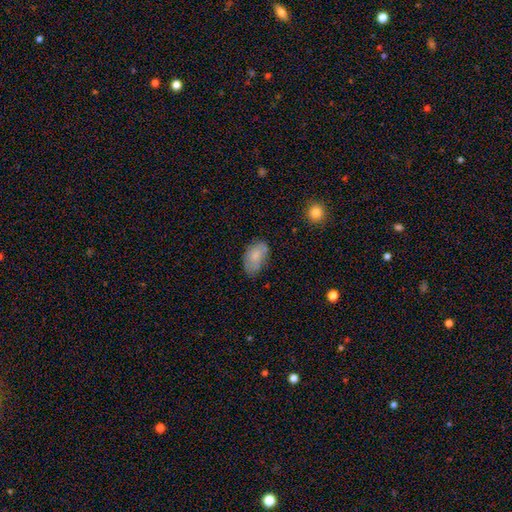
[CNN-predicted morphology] Smooth or featured: smooth — 73% (featured or disk — 19%)
How rounded: in between — 93% (round — 5%)
Merging: none — 65% (minor disturbance — 26%)